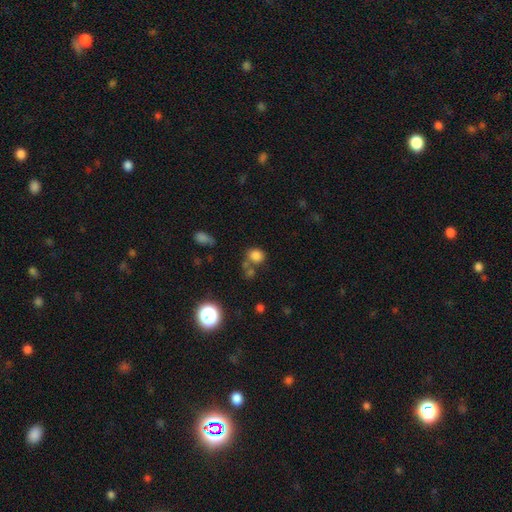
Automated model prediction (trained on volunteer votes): Overall: smooth (80%). How rounded: round (74%). Merging: none (57%; merger 24%).